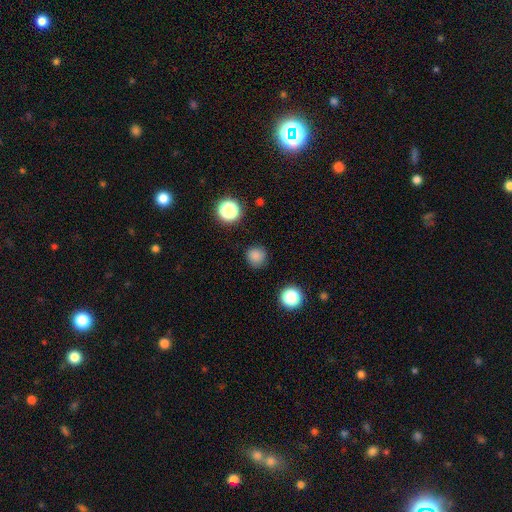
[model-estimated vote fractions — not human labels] Morphology: type=smooth (82%); roundness=round (92%); merging=none (86%).